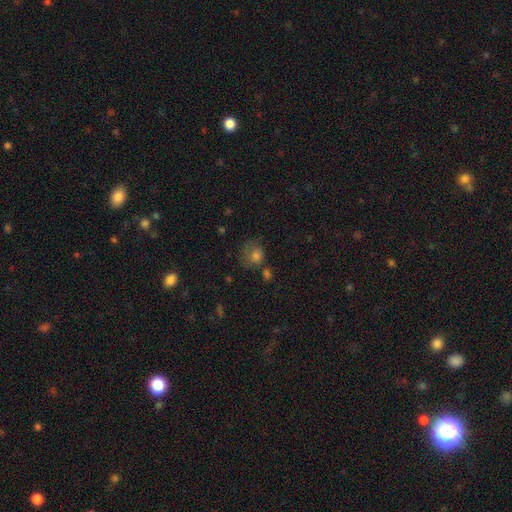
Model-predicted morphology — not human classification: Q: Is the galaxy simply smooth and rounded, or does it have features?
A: smooth — 76%.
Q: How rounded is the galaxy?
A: round — 71%.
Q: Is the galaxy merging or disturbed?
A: none — 47%.